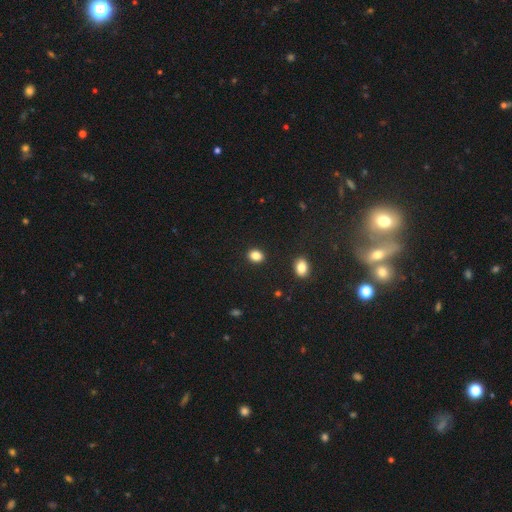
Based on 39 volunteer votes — Overall: smooth (87%). How rounded: in between (56%; round 44%). Merging: none (89%).